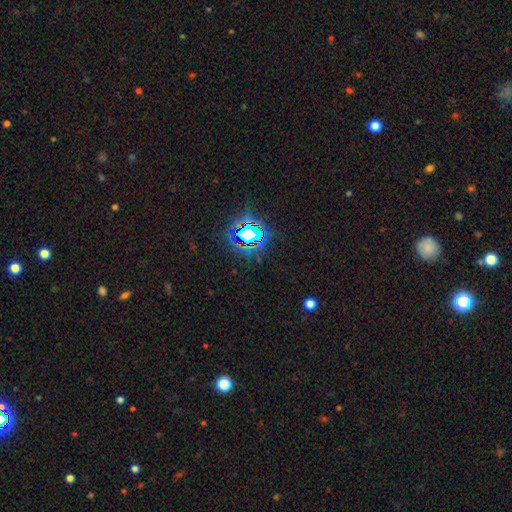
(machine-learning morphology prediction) Smooth or featured? Predicted: star or artifact (p=0.81).